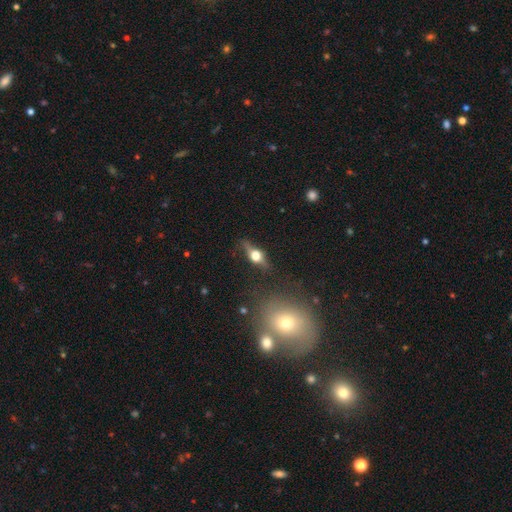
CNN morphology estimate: This is likely a featured or disk galaxy (65%). It is clearly viewed edge-on (90%). Edge-on bulge: clearly rounded (96%). Merging: likely none (79%).